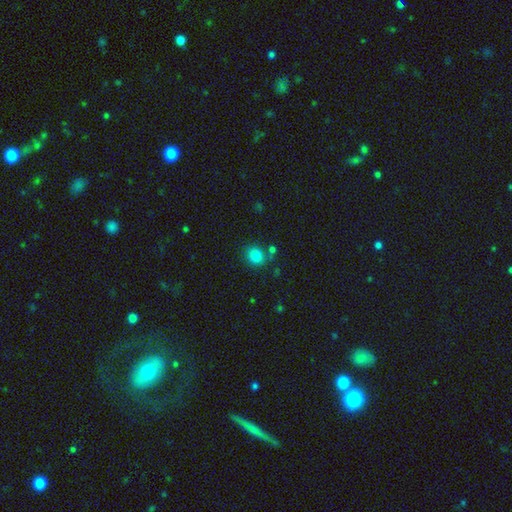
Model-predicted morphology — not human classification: Smooth or featured: smooth — 83% (star or artifact — 11%)
How rounded: round — 74% (in between — 26%)
Merging: none — 74% (minor disturbance — 12%)